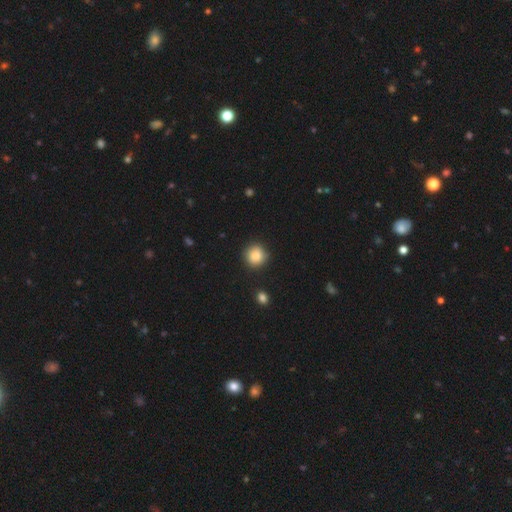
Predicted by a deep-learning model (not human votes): This appears to be a smooth galaxy with no disk features (87%) that is round (91%). Merging: none (88%).